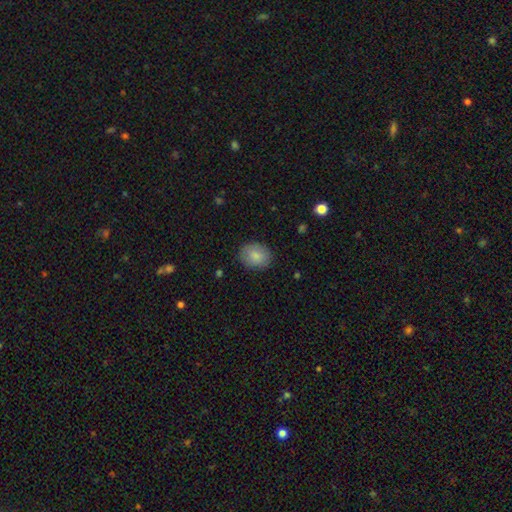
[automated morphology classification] A smooth galaxy with no disk features (86%) that is round (50%).

Vote fractions:
- Smooth or featured? smooth: 86% / featured or disk: 7% / star or artifact: 7%
- How rounded? round: 50% / in between: 49% / cigar-shaped: 1%
- Merging? none: 85% / minor disturbance: 11% / major disturbance: 3% / merger: 1%